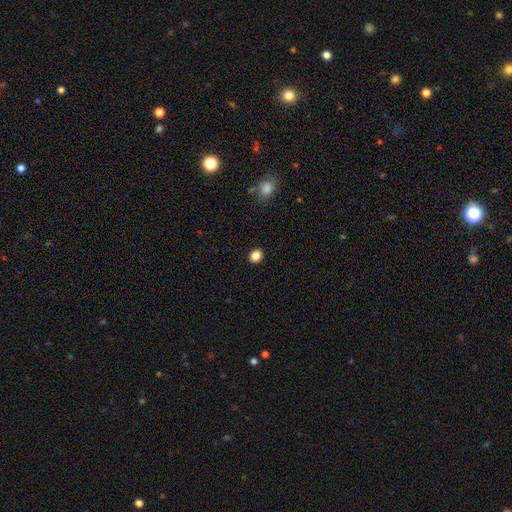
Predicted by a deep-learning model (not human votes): Smooth or featured? smooth (86%)
How rounded? round (70%)
Merging? none (92%)